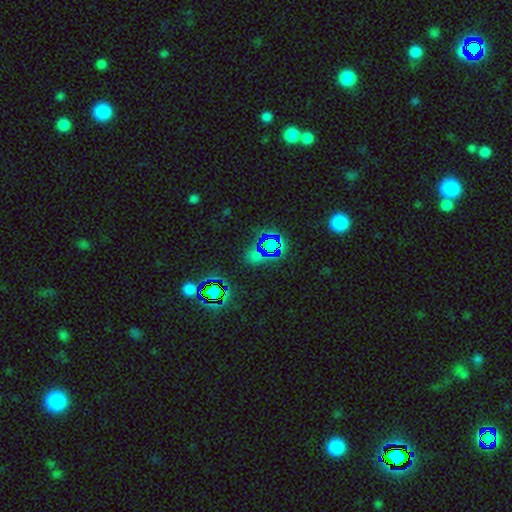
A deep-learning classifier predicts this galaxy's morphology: smooth_or_featured: star or artifact (p=0.65) [alt: smooth p=0.26]